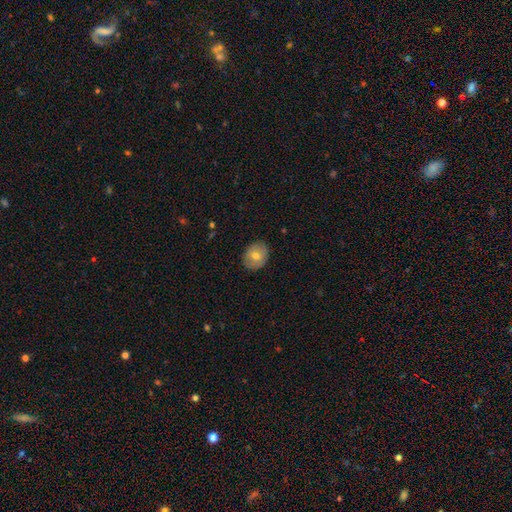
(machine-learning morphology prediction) Smooth or featured: smooth — 68% (featured or disk — 24%)
How rounded: round — 52% (in between — 48%)
Merging: none — 85% (minor disturbance — 12%)